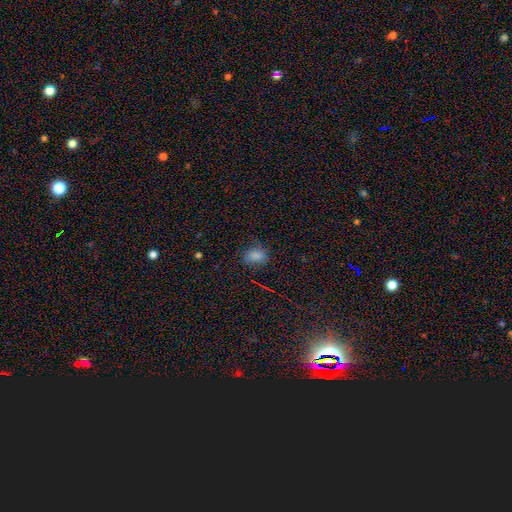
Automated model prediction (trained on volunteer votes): This appears to be a smooth galaxy with no disk features (78%) that is in between round and cigar-shaped (69%). Merging: none (72%).